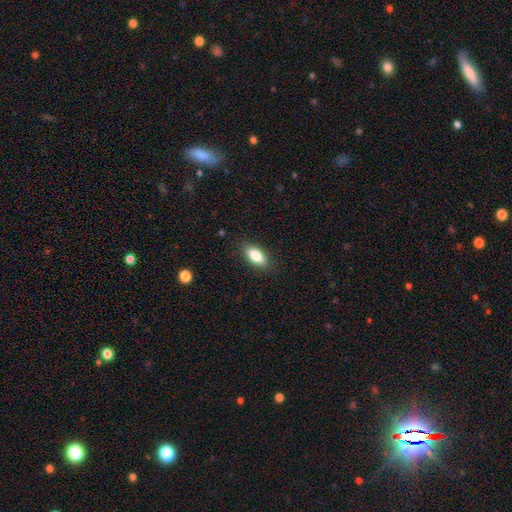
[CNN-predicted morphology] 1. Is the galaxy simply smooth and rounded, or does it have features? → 84% smooth, 9% featured or disk, 7% star or artifact.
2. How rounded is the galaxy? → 86% in between, 10% cigar-shaped, 4% round.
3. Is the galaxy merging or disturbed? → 87% none, 10% minor disturbance, 3% major disturbance, 1% merger.